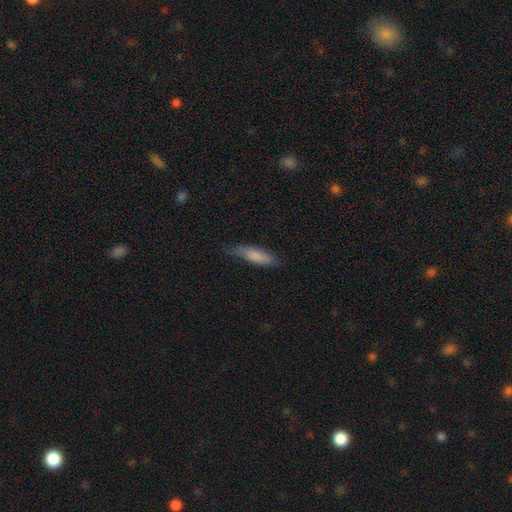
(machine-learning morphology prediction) Smooth or featured: smooth — 78% (featured or disk — 16%)
How rounded: cigar-shaped — 68% (in between — 31%)
Merging: none — 72% (minor disturbance — 23%)